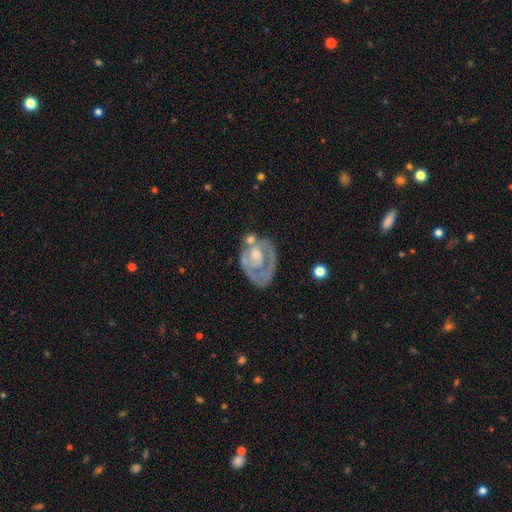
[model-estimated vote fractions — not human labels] A featured or disk galaxy (74%) with no bar (77%), spiral arms (59%) and a moderate central bulge (49%). Merging: none (48%).